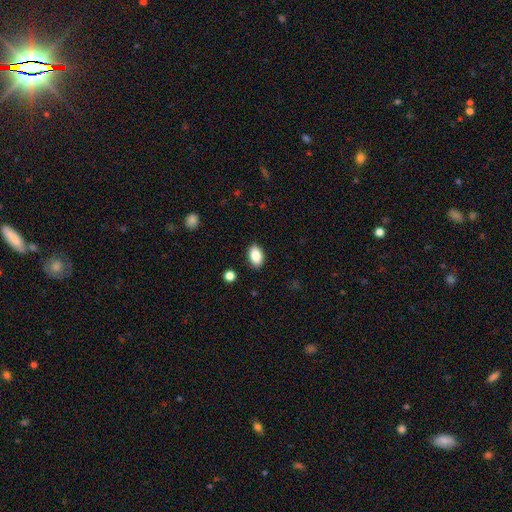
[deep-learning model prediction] Smooth or featured? smooth (86%)
How rounded? in between (91%)
Merging? none (88%)